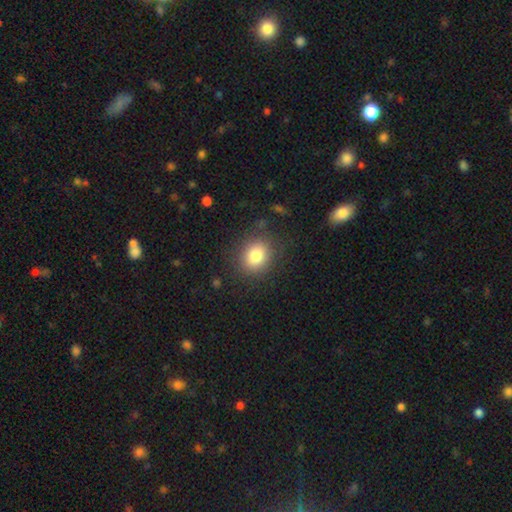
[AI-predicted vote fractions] Morphology: type=smooth (82%); roundness=round (62%); merging=none (83%).